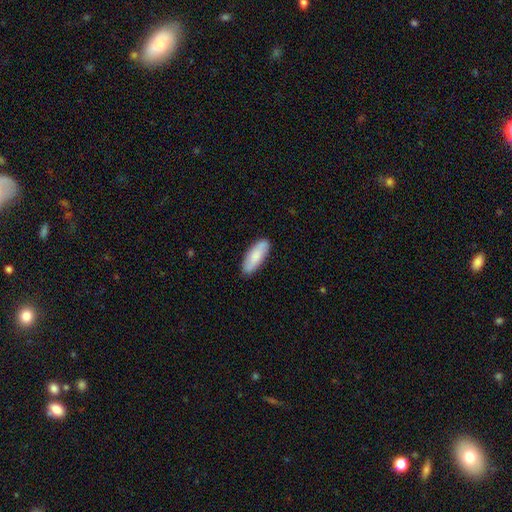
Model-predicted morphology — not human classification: This is likely a smooth galaxy (78%). How rounded: likely in between (66%). Merging: clearly none (87%).